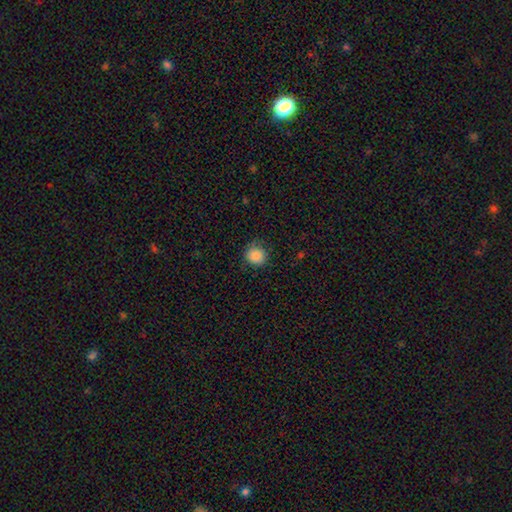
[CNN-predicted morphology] smooth 87%, star or artifact 9%, featured or disk 4%. Down the decision tree: how rounded — round (88%); merging — none (81%).